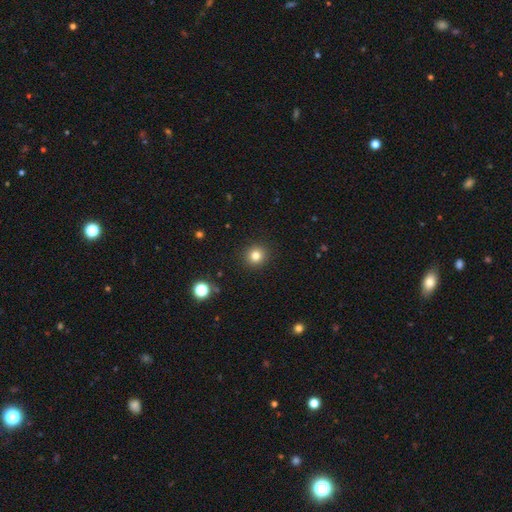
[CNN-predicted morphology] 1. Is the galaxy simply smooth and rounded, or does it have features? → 81% smooth, 13% star or artifact, 6% featured or disk.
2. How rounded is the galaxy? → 93% round, 6% in between, 1% cigar-shaped.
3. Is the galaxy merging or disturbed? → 92% none, 5% minor disturbance, 2% major disturbance, 1% merger.